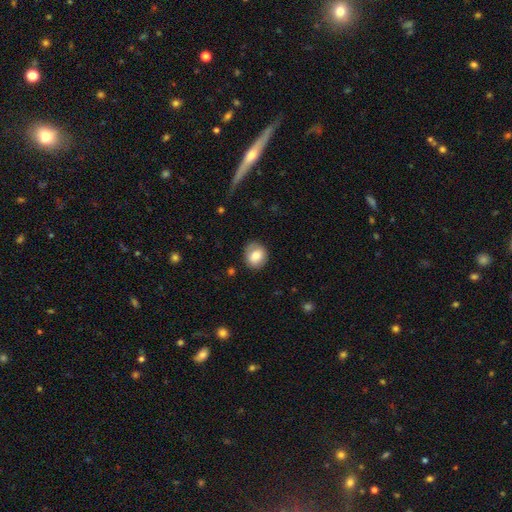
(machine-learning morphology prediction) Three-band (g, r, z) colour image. It shows a smooth galaxy with no disk features (76%) that is round (68%). Merging: none (82%).